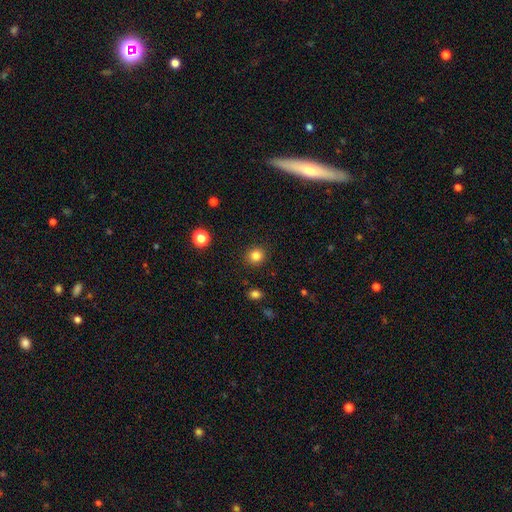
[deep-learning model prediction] Smooth or featured: smooth — 83% (star or artifact — 12%)
How rounded: round — 88% (in between — 11%)
Merging: none — 91% (minor disturbance — 6%)